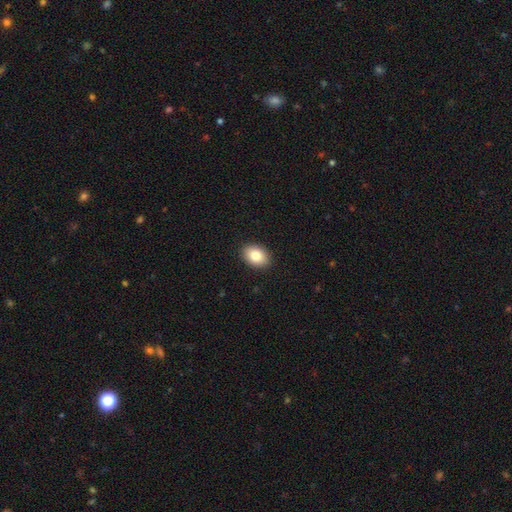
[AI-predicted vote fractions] Smooth or featured? Predicted: smooth (p=0.84). How rounded? Predicted: in between (p=0.78). Merging? Predicted: none (p=0.91).